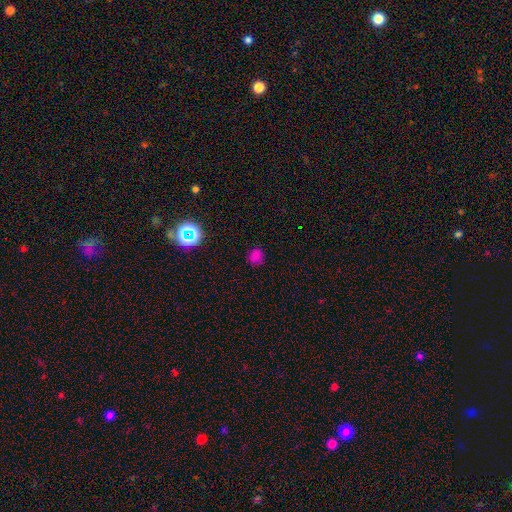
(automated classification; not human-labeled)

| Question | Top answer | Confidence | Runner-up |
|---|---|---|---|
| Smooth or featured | smooth | 72% | star or artifact (23%) |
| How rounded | round | 82% | in between (16%) |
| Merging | none | 84% | minor disturbance (12%) |